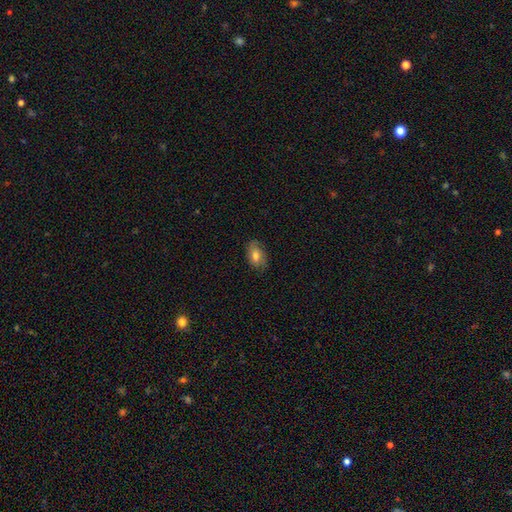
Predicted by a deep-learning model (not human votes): A smooth galaxy with no disk features (73%) that is in between round and cigar-shaped (88%).

Vote fractions:
- Smooth or featured? smooth: 73% / featured or disk: 19% / star or artifact: 8%
- How rounded? in between: 88% / round: 10% / cigar-shaped: 2%
- Merging? none: 77% / minor disturbance: 18% / major disturbance: 3% / merger: 1%